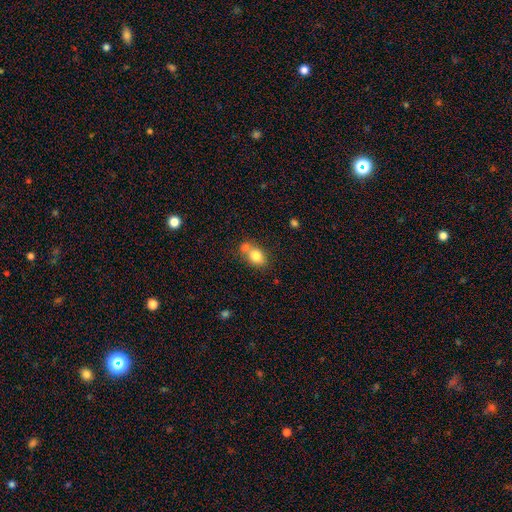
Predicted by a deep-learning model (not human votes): Smooth or featured? Predicted: smooth (p=0.79). How rounded? Predicted: in between (p=0.60). Merging? Predicted: none (p=0.44).